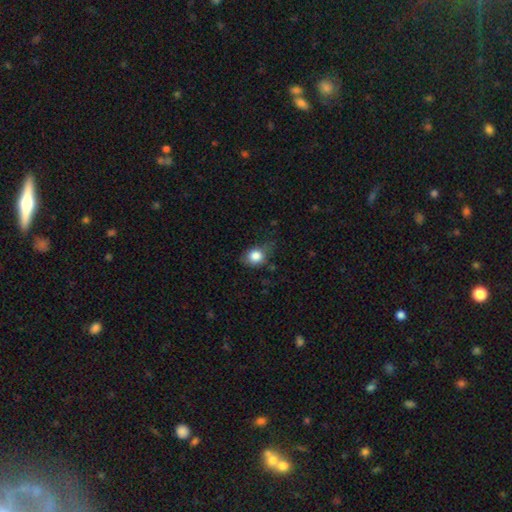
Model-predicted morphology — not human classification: smooth-or-featured: smooth: 82% | star or artifact: 10% | featured or disk: 8%
  how-rounded: round: 60% | in between: 39% | cigar-shaped: 1%
  merging: none: 60% | minor disturbance: 29% | major disturbance: 9% | merger: 2%